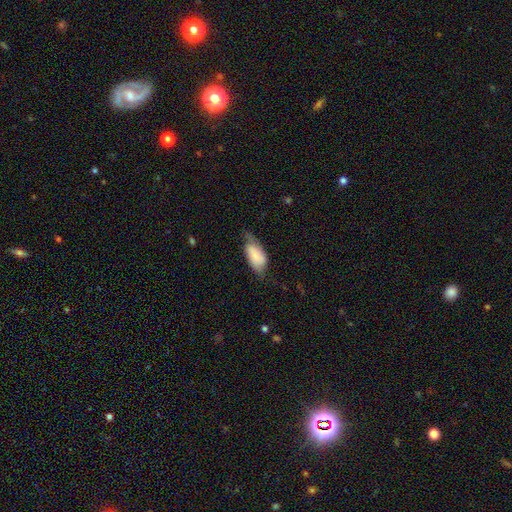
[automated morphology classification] Smooth or featured? smooth (65%)
How rounded? in between (92%)
Merging? none (40%)